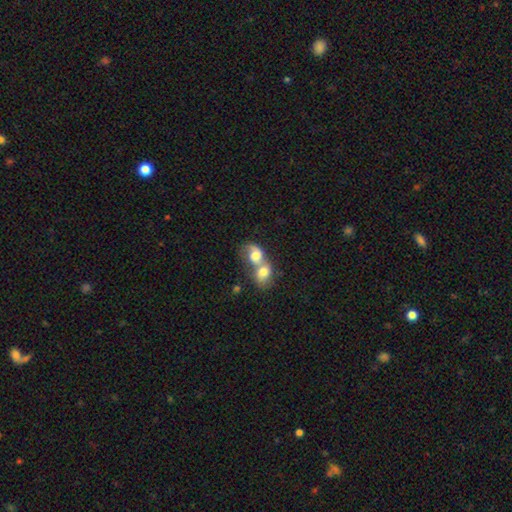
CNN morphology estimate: Smooth or featured? smooth (65%)
How rounded? in between (56%)
Merging? merger (84%)